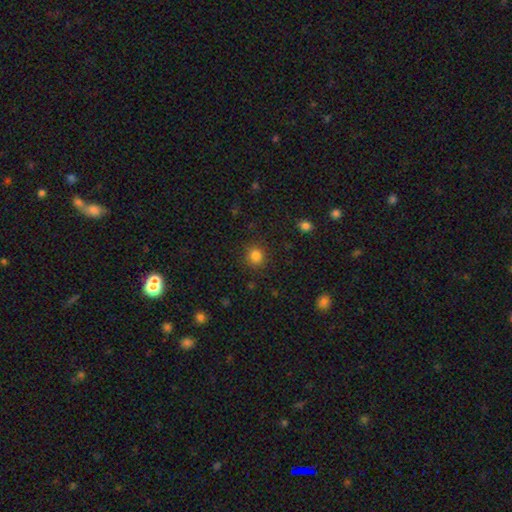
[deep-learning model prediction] Overall: smooth (83%). How rounded: round (86%). Merging: none (88%).